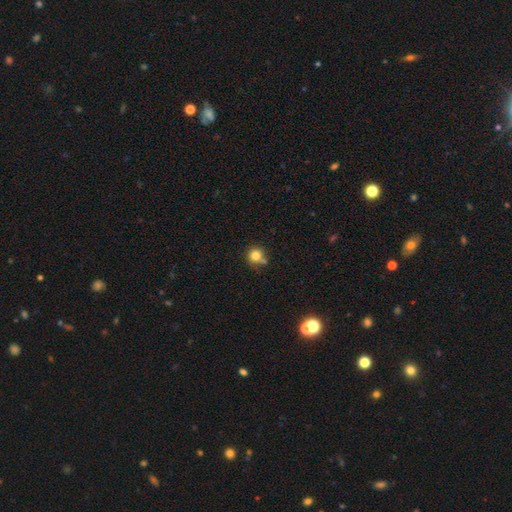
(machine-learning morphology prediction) type=smooth (81%); roundness=round (89%); merging=none (62%).